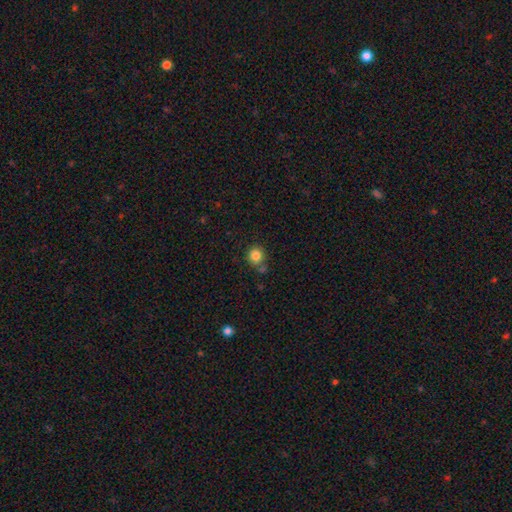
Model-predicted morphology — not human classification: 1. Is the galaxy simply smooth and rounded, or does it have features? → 84% smooth, 11% star or artifact, 5% featured or disk.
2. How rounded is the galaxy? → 90% round, 9% in between, 1% cigar-shaped.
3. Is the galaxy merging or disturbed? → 72% none, 12% merger, 12% minor disturbance, 4% major disturbance.